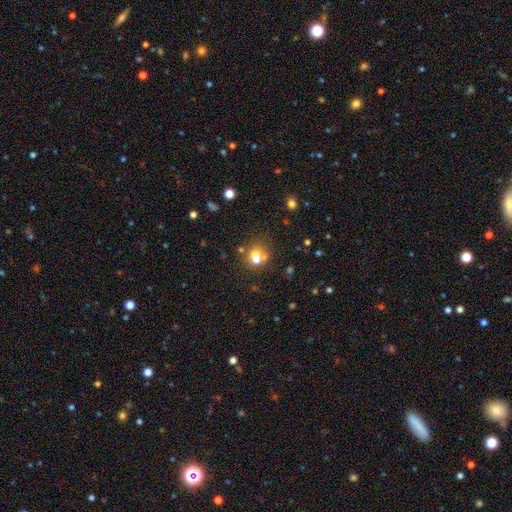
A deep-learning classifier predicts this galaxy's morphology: Q: Smooth or featured?
A: smooth (64%); runner-up: featured or disk (18%)
Q: How rounded?
A: round (67%); runner-up: in between (32%)
Q: Merging?
A: none (44%); runner-up: merger (39%)